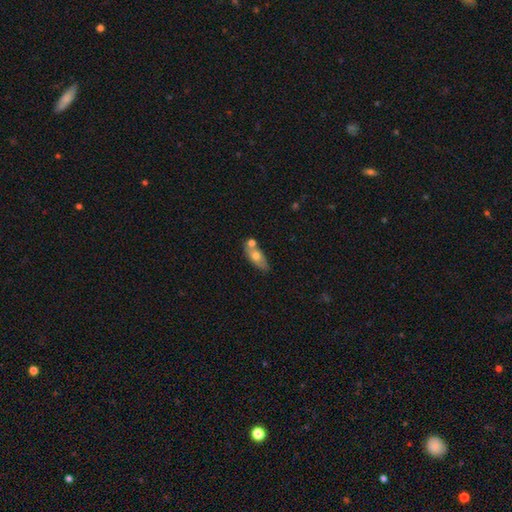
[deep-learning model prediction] Smooth or featured: smooth — 62% (featured or disk — 31%)
How rounded: in between — 78% (cigar-shaped — 16%)
Merging: none — 53% (merger — 27%)